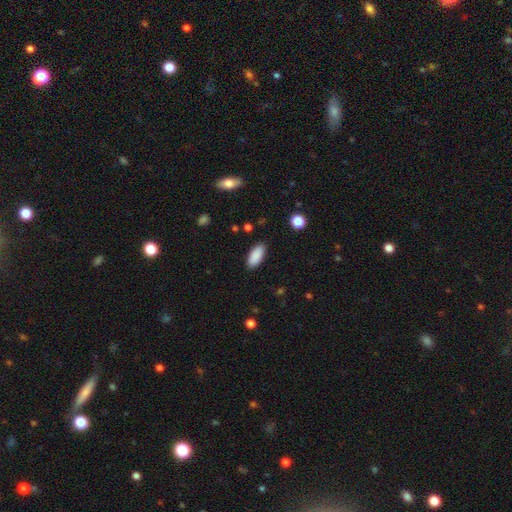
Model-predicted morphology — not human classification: smooth 90%, star or artifact 7%, featured or disk 4%. Down the decision tree: how rounded — in between (87%); merging — none (88%).